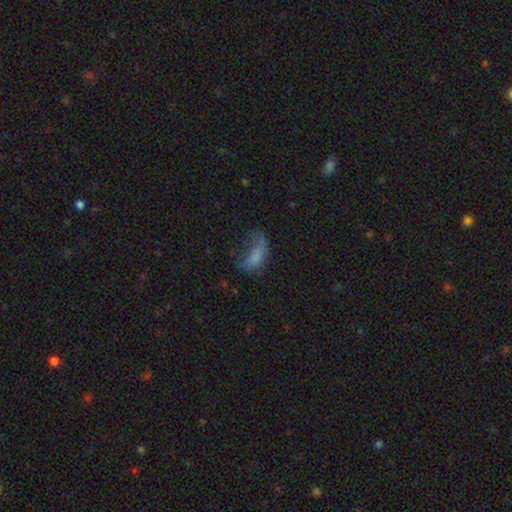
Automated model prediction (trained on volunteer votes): Morphology: type=smooth (60%); roundness=in between (82%); merging=major disturbance (51%).